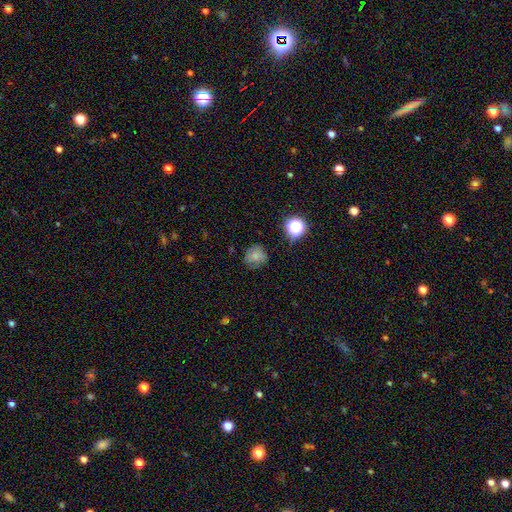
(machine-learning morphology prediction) A smooth galaxy with no disk features (73%) that is round (81%).

Vote fractions:
- Smooth or featured? smooth: 73% / star or artifact: 16% / featured or disk: 11%
- How rounded? round: 81% / in between: 18% / cigar-shaped: 1%
- Merging? none: 67% / minor disturbance: 23% / major disturbance: 7% / merger: 2%